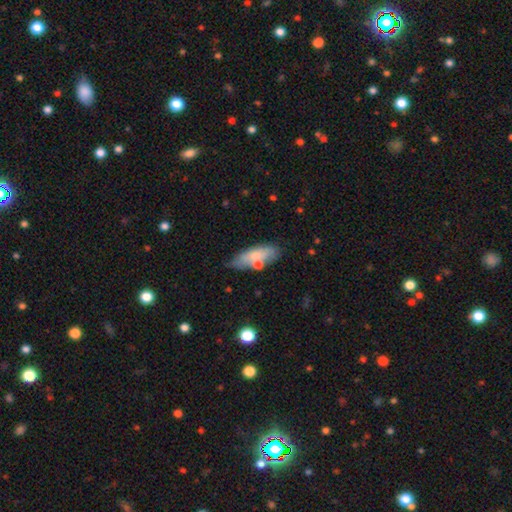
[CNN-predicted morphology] Smooth or featured?
  - smooth: 71% *
  - featured or disk: 22%
  - star or artifact: 7%
How rounded?
  - in between: 58% *
  - cigar-shaped: 40%
  - round: 3%
Merging?
  - none: 64% *
  - minor disturbance: 20%
  - merger: 11%
  - major disturbance: 5%